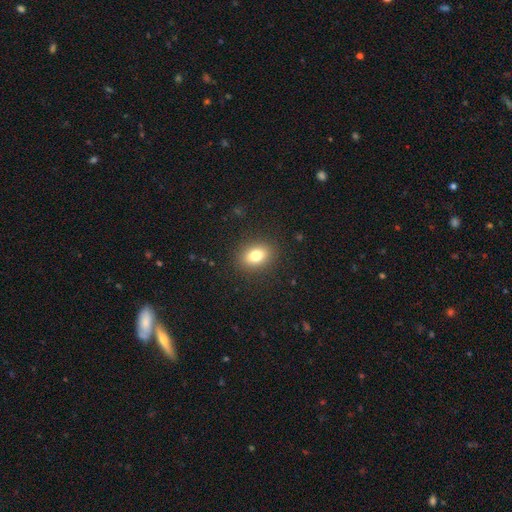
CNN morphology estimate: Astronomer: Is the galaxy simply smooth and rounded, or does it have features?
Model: smooth — 79%.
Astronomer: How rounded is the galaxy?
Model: in between — 70%.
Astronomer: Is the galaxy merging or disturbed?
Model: none — 88%.